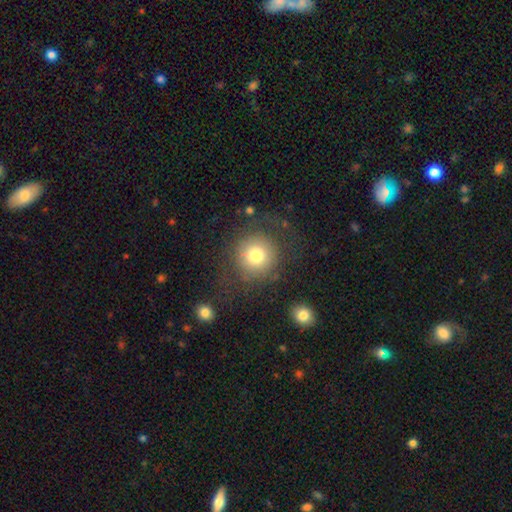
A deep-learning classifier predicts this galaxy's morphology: smooth-or-featured: smooth: 71% | featured or disk: 18% | star or artifact: 11%
  how-rounded: round: 93% | in between: 6% | cigar-shaped: 1%
  merging: none: 72% | major disturbance: 13% | minor disturbance: 13% | merger: 2%